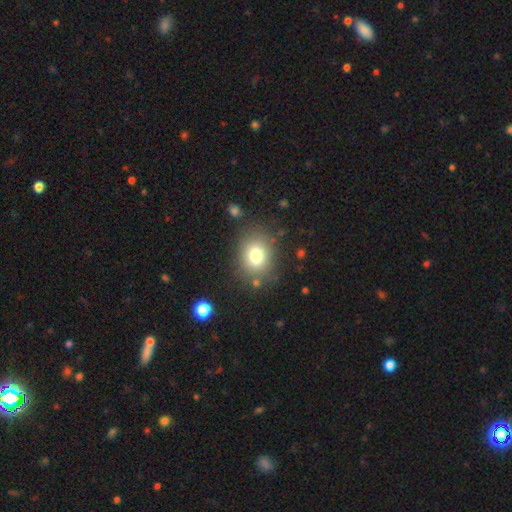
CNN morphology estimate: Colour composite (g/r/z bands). It shows a smooth galaxy with no disk features (77%) that is round (56%). Merging: none (78%).